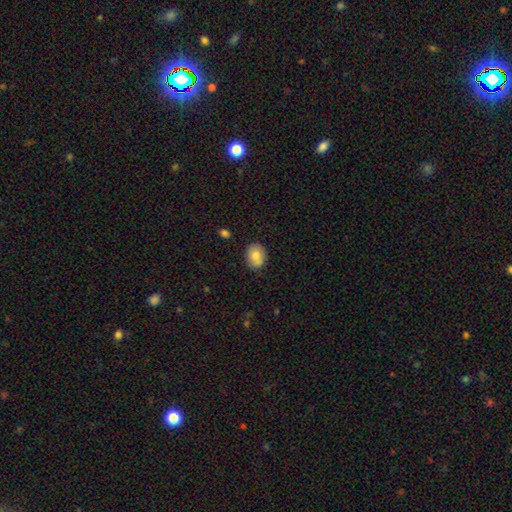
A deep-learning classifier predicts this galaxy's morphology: Smooth or featured?
  - smooth: 78% *
  - featured or disk: 14%
  - star or artifact: 8%
How rounded?
  - in between: 55% *
  - round: 44%
  - cigar-shaped: 1%
Merging?
  - none: 77% *
  - minor disturbance: 15%
  - merger: 5%
  - major disturbance: 3%